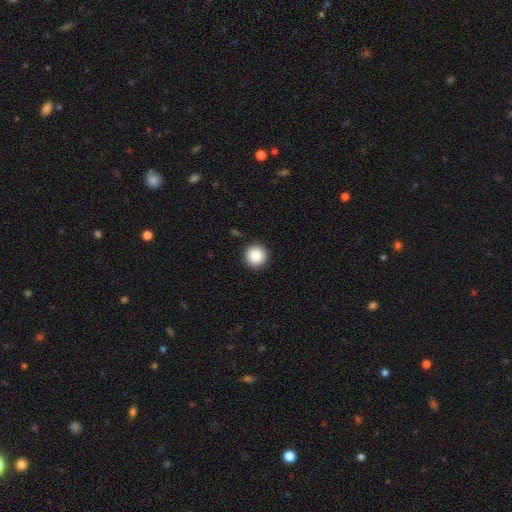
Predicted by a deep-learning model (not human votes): A smooth galaxy with no disk features (88%) that is round (96%).

Vote fractions:
- Smooth or featured? smooth: 88% / star or artifact: 9% / featured or disk: 4%
- How rounded? round: 96% / in between: 3% / cigar-shaped: 1%
- Merging? none: 92% / minor disturbance: 5% / major disturbance: 2% / merger: 1%